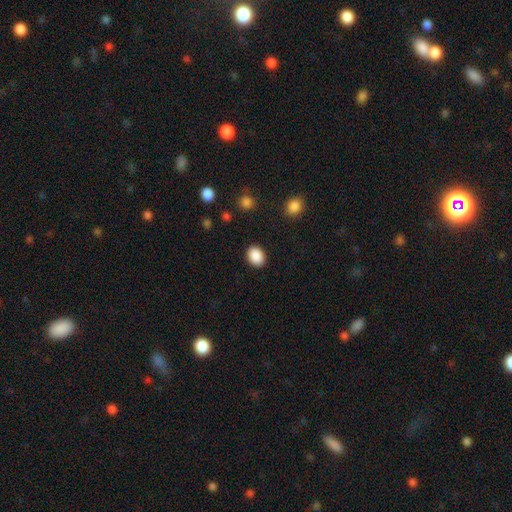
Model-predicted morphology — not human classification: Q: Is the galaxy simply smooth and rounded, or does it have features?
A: smooth — 89%.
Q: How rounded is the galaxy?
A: in between — 68%.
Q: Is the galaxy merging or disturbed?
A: none — 89%.